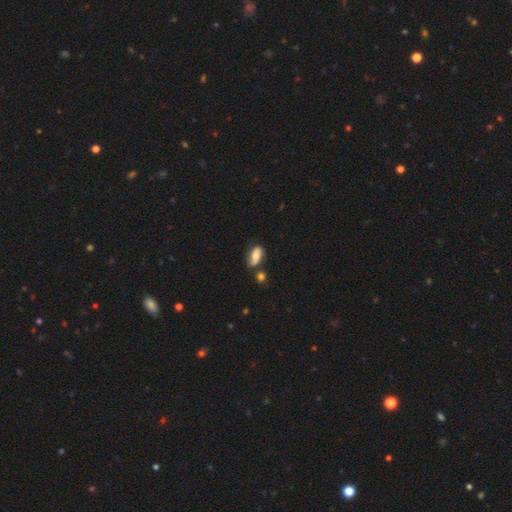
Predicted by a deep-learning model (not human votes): A smooth galaxy with no disk features (59%) that is in between round and cigar-shaped (87%).

Vote fractions:
- Smooth or featured? smooth: 59% / featured or disk: 32% / star or artifact: 9%
- How rounded? in between: 87% / cigar-shaped: 7% / round: 6%
- Merging? none: 57% / minor disturbance: 21% / merger: 15% / major disturbance: 7%